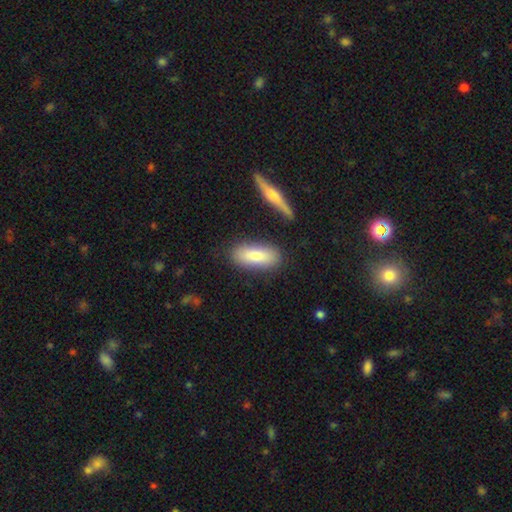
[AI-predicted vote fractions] smooth 75%, featured or disk 18%, star or artifact 6%. Down the decision tree: how rounded — in between (73%); merging — none (79%).